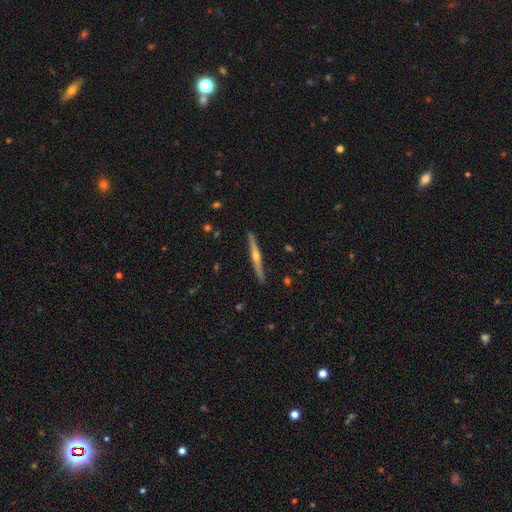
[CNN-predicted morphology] This is likely a featured or disk galaxy (77%). It is clearly viewed edge-on (98%). Edge-on bulge: clearly rounded (88%). Merging: clearly none (91%).